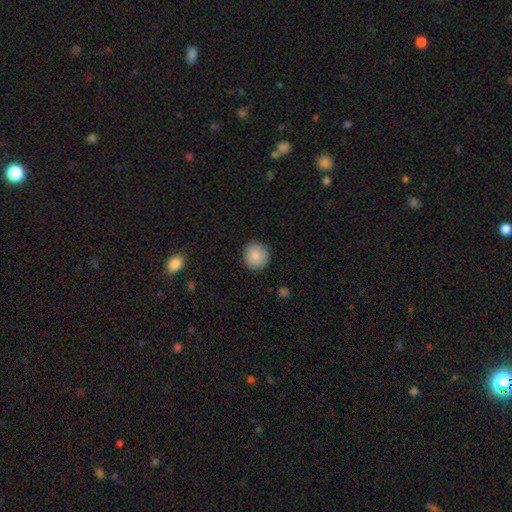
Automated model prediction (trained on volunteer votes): Q: Smooth or featured?
A: smooth (86%); runner-up: star or artifact (8%)
Q: How rounded?
A: round (94%); runner-up: in between (5%)
Q: Merging?
A: none (91%); runner-up: minor disturbance (6%)